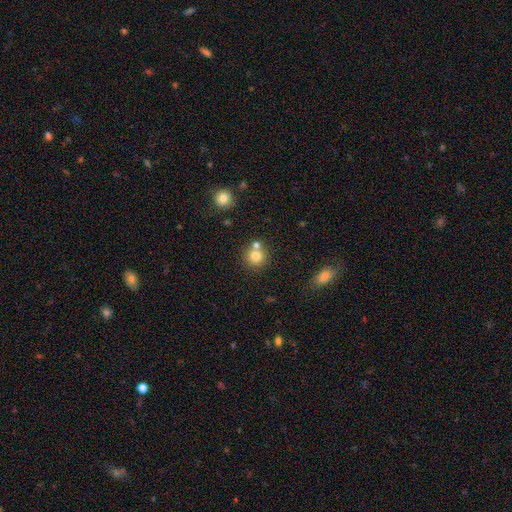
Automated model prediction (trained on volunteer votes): smooth-or-featured: smooth: 78% | star or artifact: 12% | featured or disk: 10%
  how-rounded: round: 91% | in between: 8% | cigar-shaped: 1%
  merging: none: 63% | merger: 26% | minor disturbance: 8% | major disturbance: 3%